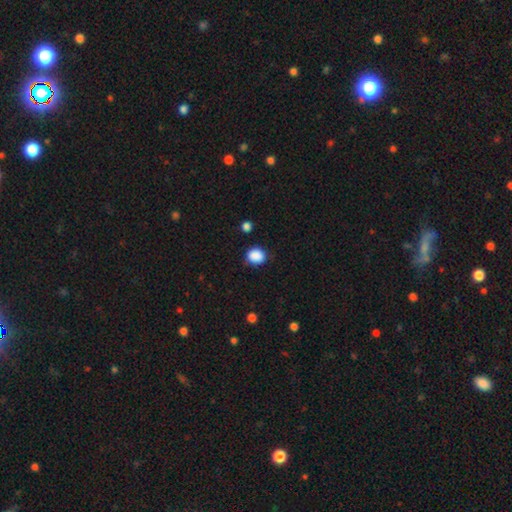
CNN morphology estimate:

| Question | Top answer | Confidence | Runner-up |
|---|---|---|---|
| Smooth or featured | smooth | 88% | star or artifact (9%) |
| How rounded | round | 67% | in between (32%) |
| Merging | none | 81% | minor disturbance (13%) |